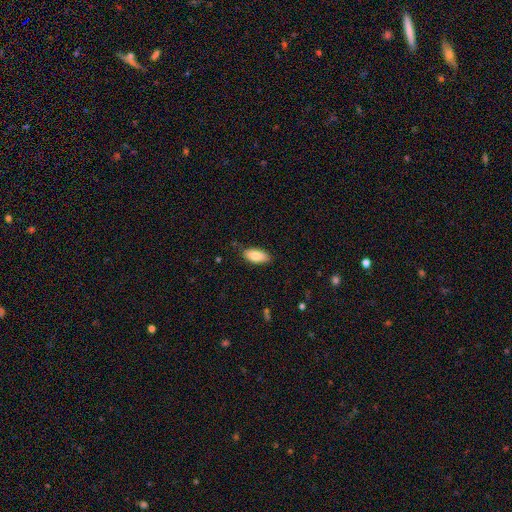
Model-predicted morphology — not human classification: Smooth or featured: smooth — 85% (featured or disk — 8%)
How rounded: in between — 90% (cigar-shaped — 8%)
Merging: none — 81% (minor disturbance — 15%)